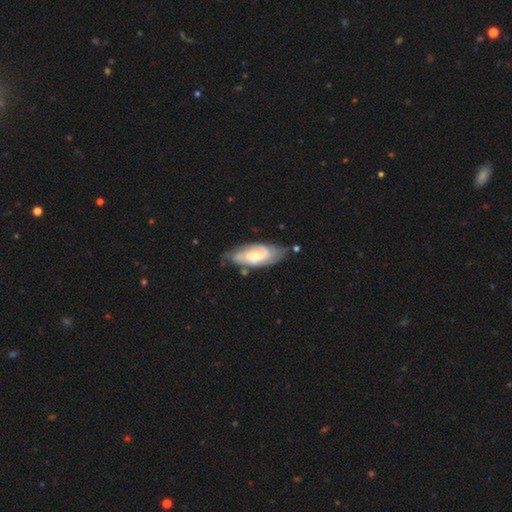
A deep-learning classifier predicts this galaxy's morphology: smooth-or-featured: featured or disk: 78% | smooth: 17% | star or artifact: 5%
  disk-edge-on: no: 93% | yes: 7%
    bar: no: 58% | weak: 34% | strong: 7%
    has-spiral-arms: yes: 94% | no: 6%
      spiral-winding: tight: 52% | medium: 38% | loose: 10%
      spiral-arm-count: 2: 54% | can't tell: 23% | 3: 15% | 4: 3% | 1: 3% | more than 4: 2%
    bulge-size: small: 57% | moderate: 37% | none: 3% | large: 2% | dominant: 1%
  merging: none: 66% | minor disturbance: 23% | major disturbance: 7% | merger: 4%